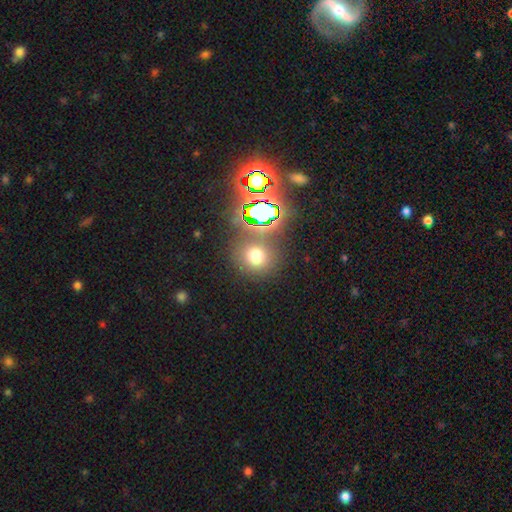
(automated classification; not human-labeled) A smooth galaxy with no disk features (64%) that is round (87%). Merging: none (80%).